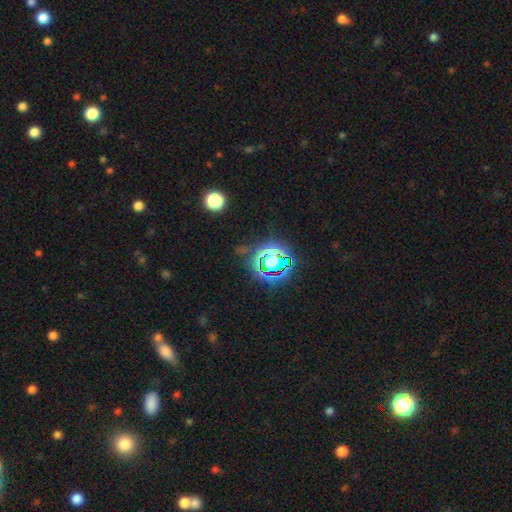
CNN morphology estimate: Smooth or featured: star or artifact — 78% (smooth — 14%)